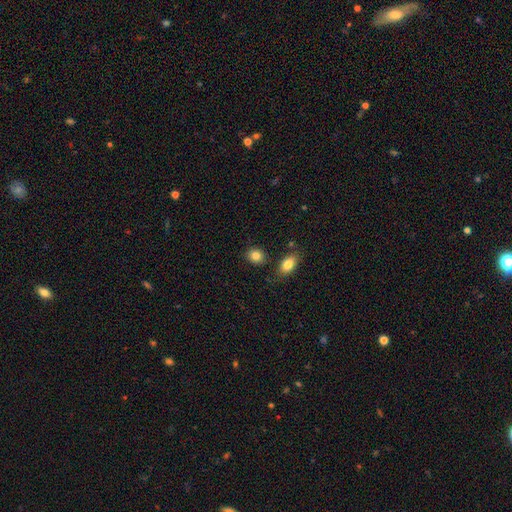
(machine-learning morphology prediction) Smooth or featured? smooth (85%)
How rounded? round (62%)
Merging? none (82%)